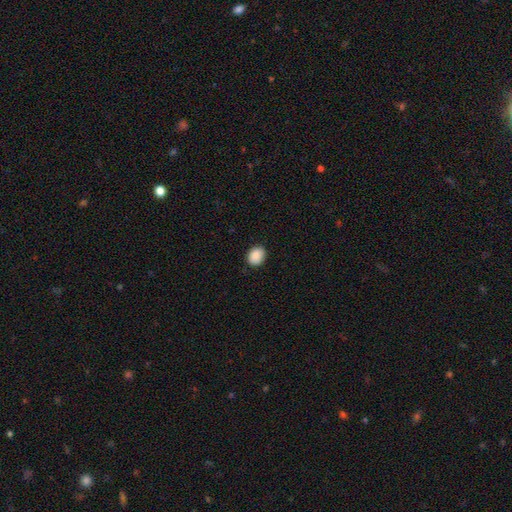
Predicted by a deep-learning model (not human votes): Smooth or featured: smooth — 89% (star or artifact — 8%)
How rounded: round — 50% (in between — 49%)
Merging: none — 88% (minor disturbance — 9%)